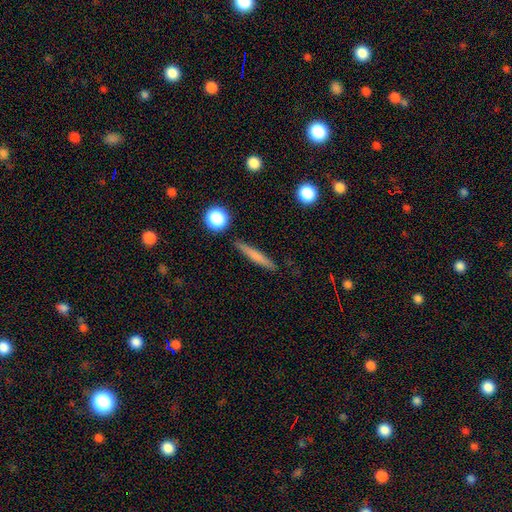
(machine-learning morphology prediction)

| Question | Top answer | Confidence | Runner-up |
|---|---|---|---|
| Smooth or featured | smooth | 66% | featured or disk (27%) |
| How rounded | cigar-shaped | 93% | in between (5%) |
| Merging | none | 89% | minor disturbance (7%) |